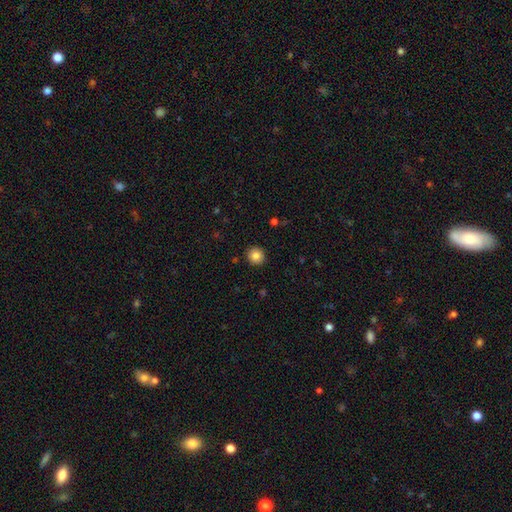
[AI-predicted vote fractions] A smooth galaxy with no disk features (85%) that is round (92%). Merging: none (92%).